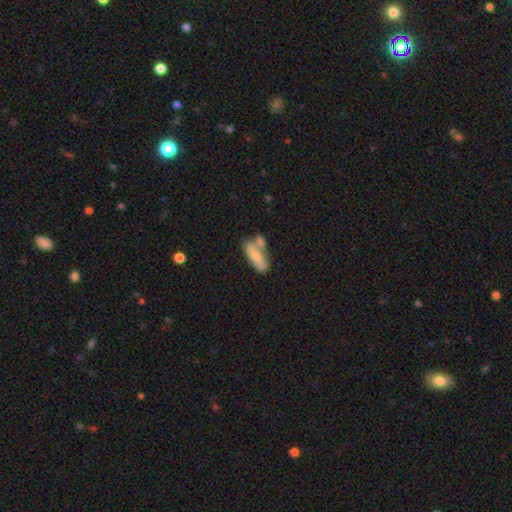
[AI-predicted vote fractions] A smooth galaxy with no disk features (63%) that is in between round and cigar-shaped (74%).

Vote fractions:
- Smooth or featured? smooth: 63% / featured or disk: 30% / star or artifact: 7%
- How rounded? in between: 74% / cigar-shaped: 23% / round: 3%
- Merging? merger: 45% / none: 28% / minor disturbance: 17% / major disturbance: 10%